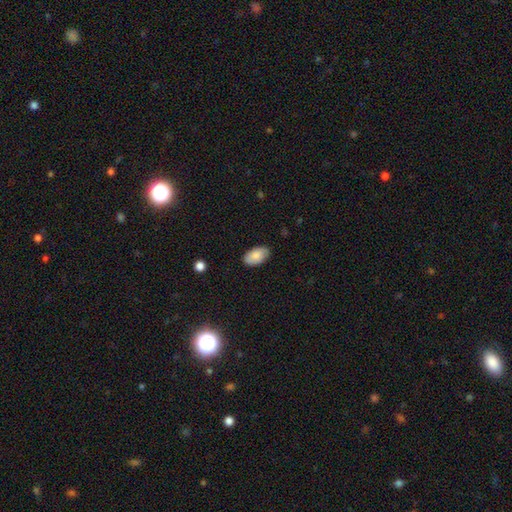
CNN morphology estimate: smooth_or_featured: smooth (p=0.82) [alt: featured or disk p=0.11]
how_rounded: in between (p=0.94) [alt: round p=0.04]
merging: none (p=0.82) [alt: minor disturbance p=0.15]